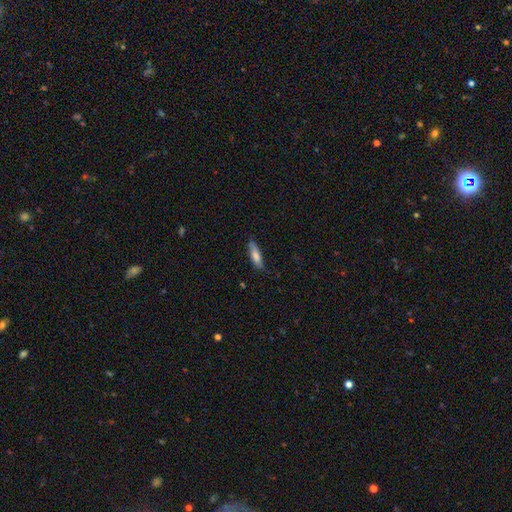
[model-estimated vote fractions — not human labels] Smooth or featured? smooth (74%)
How rounded? cigar-shaped (65%)
Merging? none (80%)